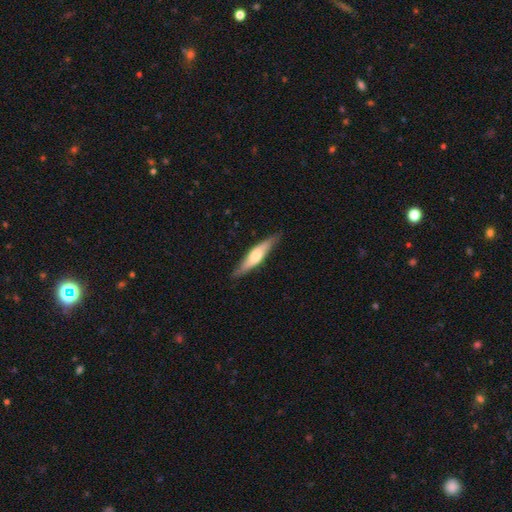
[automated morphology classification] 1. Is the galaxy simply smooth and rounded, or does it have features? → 48% featured or disk, 47% smooth, 5% star or artifact.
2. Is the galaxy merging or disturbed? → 84% none, 13% minor disturbance, 2% major disturbance, 1% merger.